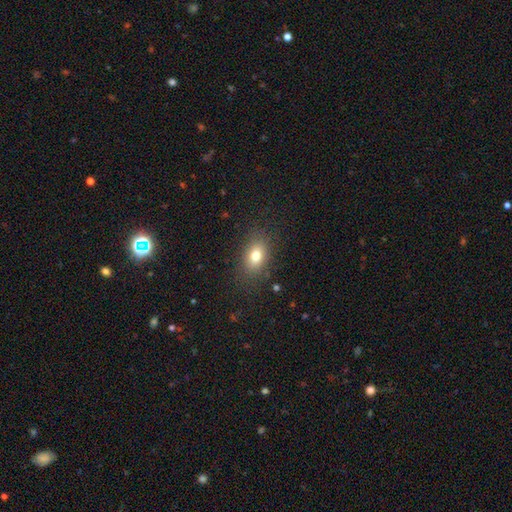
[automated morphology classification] type=smooth (77%); roundness=in between (79%); merging=none (84%).